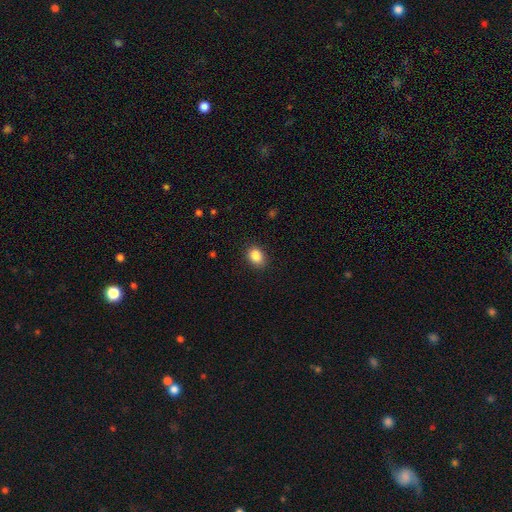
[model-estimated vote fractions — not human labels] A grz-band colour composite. It shows a smooth galaxy with no disk features (88%) that is in between round and cigar-shaped (71%). Merging: none (87%).